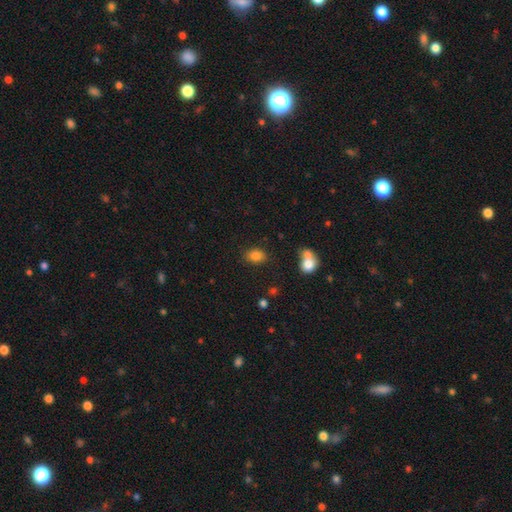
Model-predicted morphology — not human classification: Overall: smooth (83%). How rounded: in between (72%). Merging: none (79%).